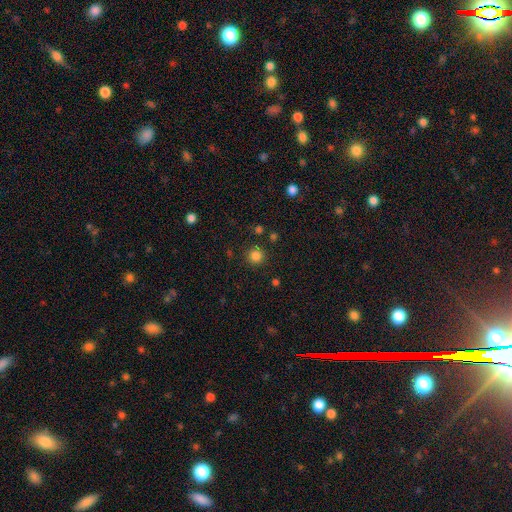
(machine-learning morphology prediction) smooth-or-featured: smooth: 83% | star or artifact: 13% | featured or disk: 4%
  how-rounded: round: 94% | in between: 5% | cigar-shaped: 1%
  merging: none: 88% | minor disturbance: 7% | major disturbance: 2% | merger: 2%